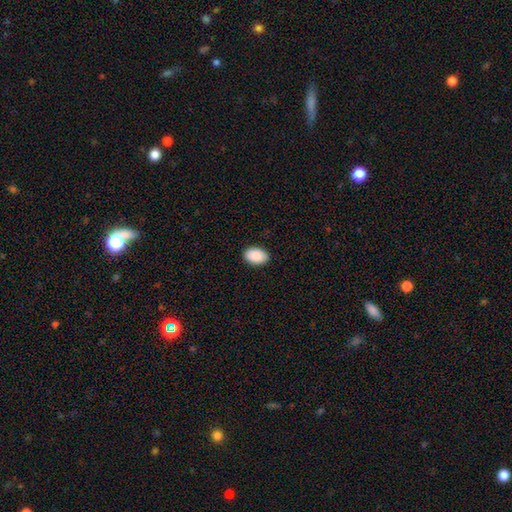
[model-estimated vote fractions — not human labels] The model was most divided on "merging": none: 90%, minor disturbance: 8%, major disturbance: 2%, merger: 1%. More confident: how rounded — in between (91%); smooth or featured — smooth (90%).